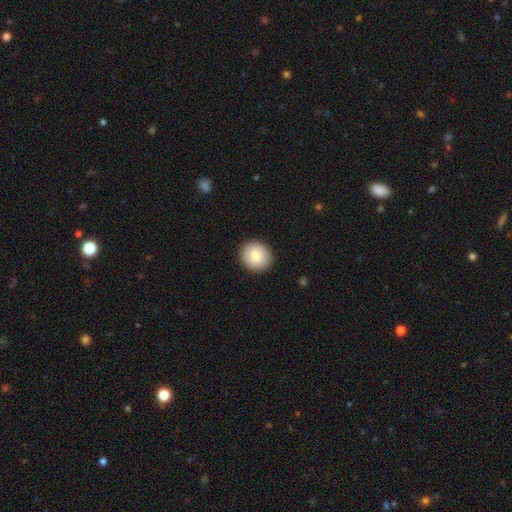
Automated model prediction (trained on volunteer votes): This appears to be a smooth galaxy with no disk features (82%) that is round (84%). Merging: none (91%).